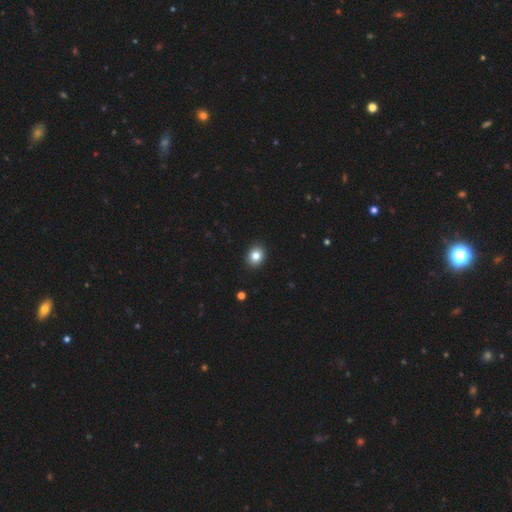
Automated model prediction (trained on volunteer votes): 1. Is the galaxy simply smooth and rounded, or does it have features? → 83% smooth, 10% star or artifact, 7% featured or disk.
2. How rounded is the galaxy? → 56% round, 43% in between, 1% cigar-shaped.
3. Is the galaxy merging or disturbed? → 91% none, 6% minor disturbance, 2% major disturbance, 1% merger.